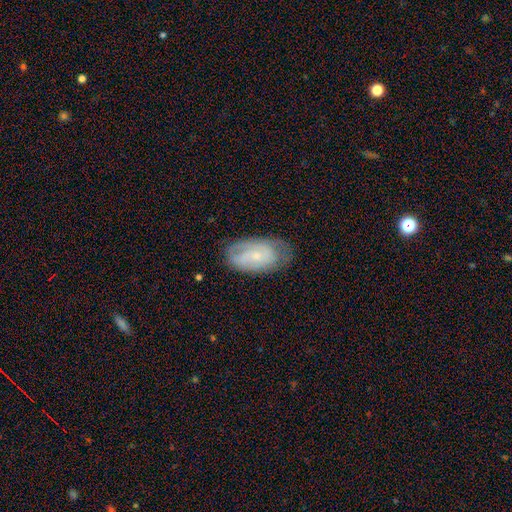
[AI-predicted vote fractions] A featured or disk galaxy (57%) with no bar (65%), spiral arms (76%) and a small central bulge (72%). Merging: none (64%).